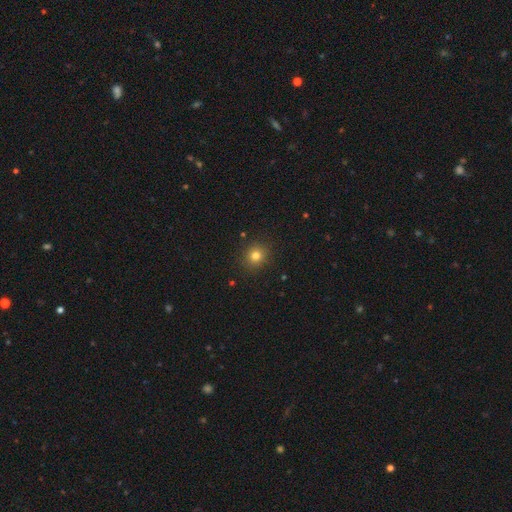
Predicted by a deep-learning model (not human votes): smooth-or-featured: smooth: 79% | star or artifact: 14% | featured or disk: 6%
  how-rounded: round: 87% | in between: 12% | cigar-shaped: 1%
  merging: none: 90% | minor disturbance: 7% | major disturbance: 2% | merger: 1%